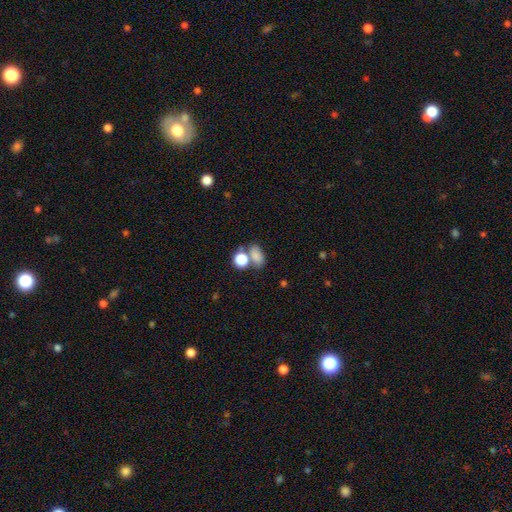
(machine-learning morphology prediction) Overall: smooth (78%). How rounded: in between (75%). Merging: none (46%; merger 34%).